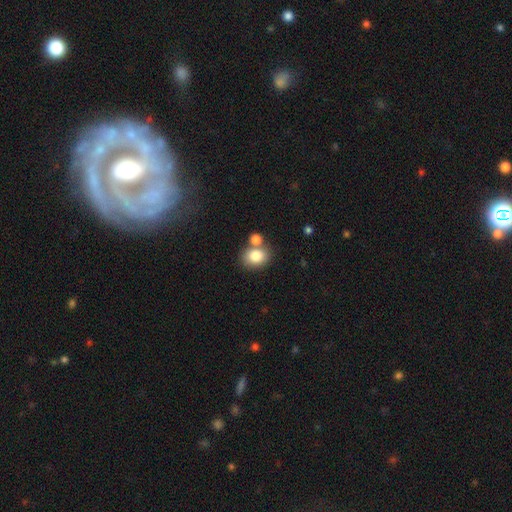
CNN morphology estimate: Smooth or featured?
  - smooth: 82% *
  - star or artifact: 9%
  - featured or disk: 9%
How rounded?
  - in between: 50% *
  - round: 49%
  - cigar-shaped: 1%
Merging?
  - none: 56% *
  - merger: 29%
  - minor disturbance: 11%
  - major disturbance: 4%